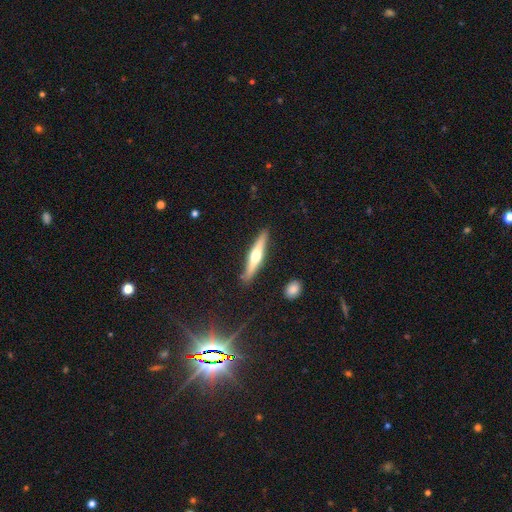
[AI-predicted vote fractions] Overall: featured or disk (57%; smooth 37%). Edge-on disk: yes (95%). Edge-on bulge: rounded (89%). Merging: none (88%).